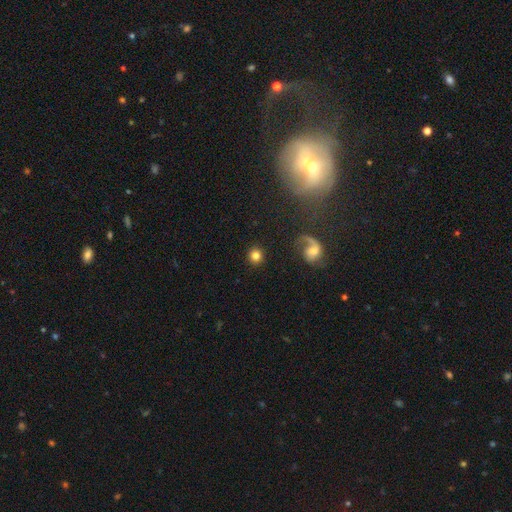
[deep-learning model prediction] A smooth galaxy with no disk features (79%) that is round (92%).

Vote fractions:
- Smooth or featured? smooth: 79% / star or artifact: 11% / featured or disk: 10%
- How rounded? round: 92% / in between: 7% / cigar-shaped: 1%
- Merging? none: 89% / minor disturbance: 5% / major disturbance: 3% / merger: 2%